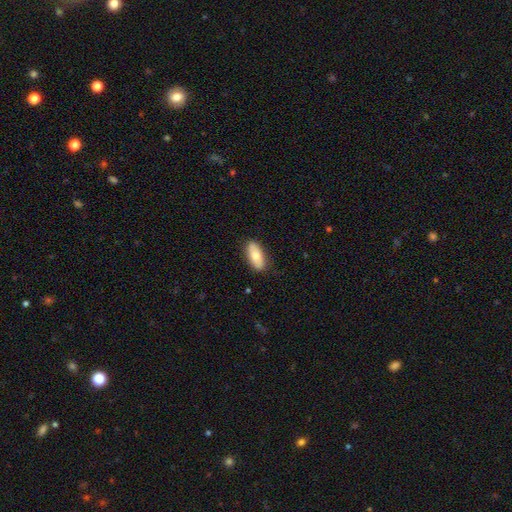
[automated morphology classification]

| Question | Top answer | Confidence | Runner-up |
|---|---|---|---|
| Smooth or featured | smooth | 71% | featured or disk (23%) |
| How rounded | in between | 85% | cigar-shaped (12%) |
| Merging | none | 84% | minor disturbance (13%) |